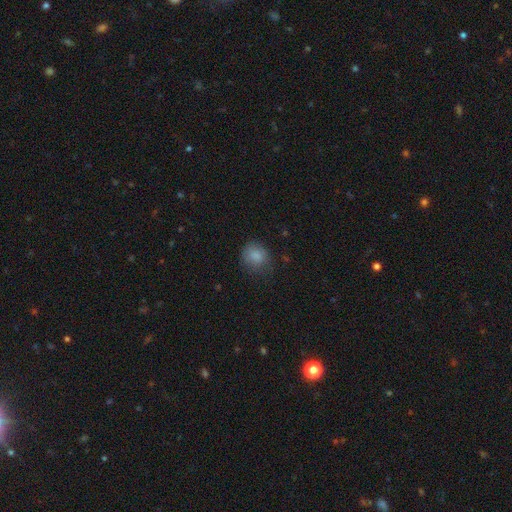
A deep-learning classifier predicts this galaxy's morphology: Q: Smooth or featured?
A: smooth (84%); runner-up: star or artifact (9%)
Q: How rounded?
A: round (74%); runner-up: in between (25%)
Q: Merging?
A: none (69%); runner-up: minor disturbance (22%)